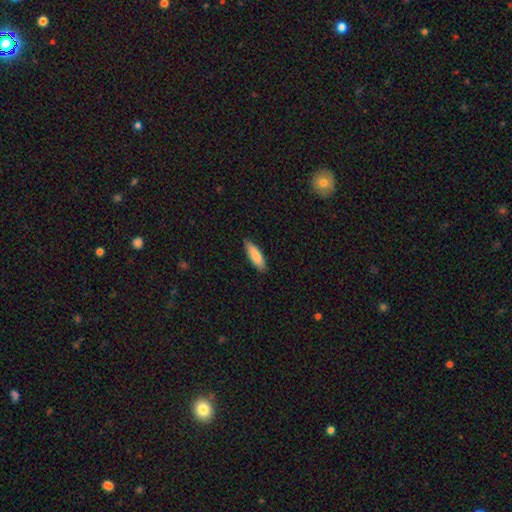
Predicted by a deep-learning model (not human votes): A smooth galaxy with no disk features (83%) that is in between round and cigar-shaped (52%). Merging: none (85%).